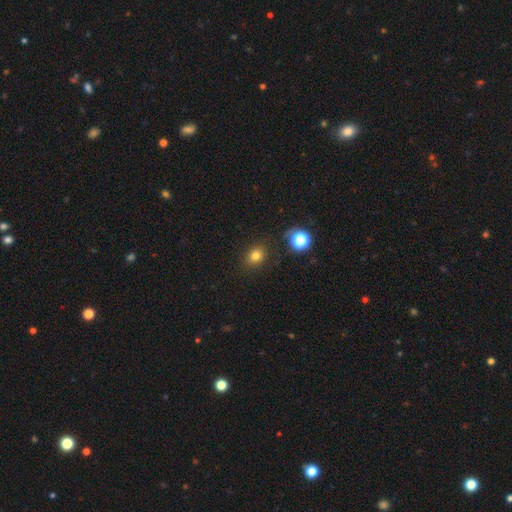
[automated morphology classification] smooth-or-featured: smooth: 77% | star or artifact: 16% | featured or disk: 7%
  how-rounded: round: 71% | in between: 28% | cigar-shaped: 1%
  merging: none: 85% | minor disturbance: 10% | major disturbance: 3% | merger: 3%